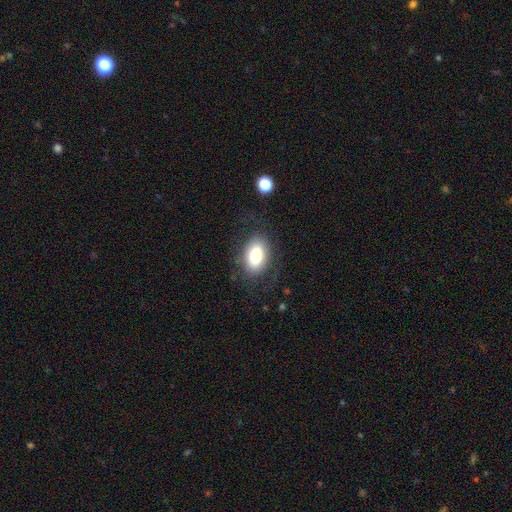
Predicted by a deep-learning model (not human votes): This appears to be a smooth galaxy with no disk features (79%) that is in between round and cigar-shaped (91%). Merging: none (77%).